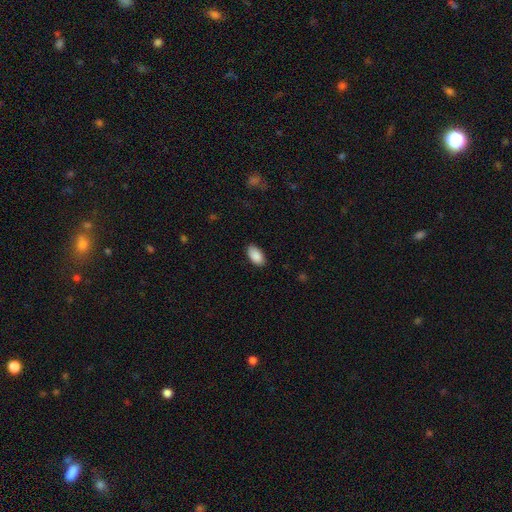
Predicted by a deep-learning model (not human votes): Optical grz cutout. It shows a smooth galaxy with no disk features (90%) that is in between round and cigar-shaped (95%). Merging: none (86%).